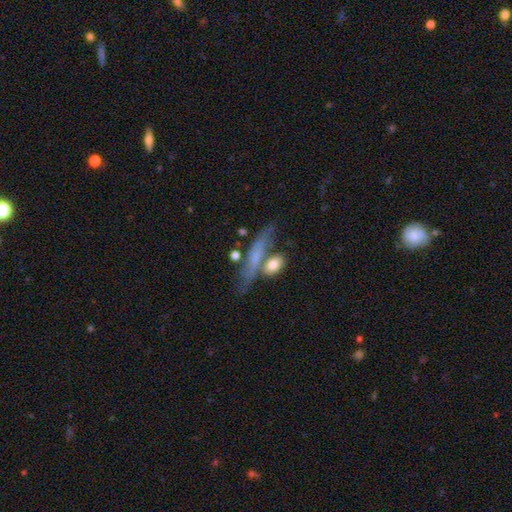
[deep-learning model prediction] This appears to be a smooth galaxy with no disk features (48%). Merging: none (52%).